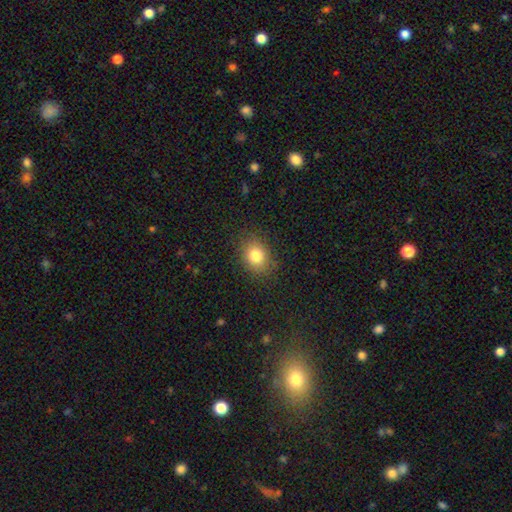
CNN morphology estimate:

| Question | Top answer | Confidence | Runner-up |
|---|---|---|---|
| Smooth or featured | smooth | 81% | star or artifact (11%) |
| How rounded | in between | 51% | round (48%) |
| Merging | none | 85% | minor disturbance (11%) |